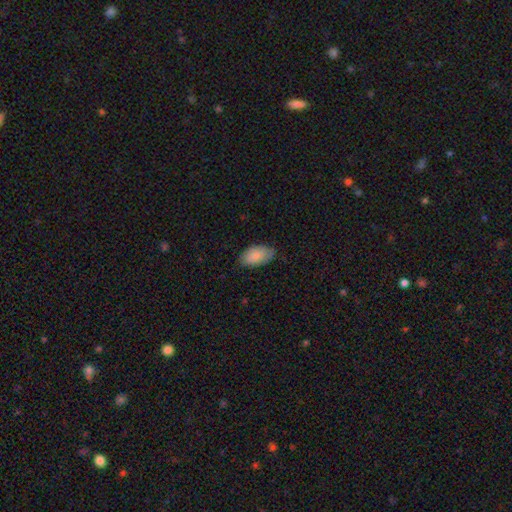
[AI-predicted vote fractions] Smooth or featured?
  - smooth: 83% *
  - featured or disk: 11%
  - star or artifact: 6%
How rounded?
  - in between: 95% *
  - round: 4%
  - cigar-shaped: 2%
Merging?
  - none: 75% *
  - minor disturbance: 20%
  - major disturbance: 3%
  - merger: 1%